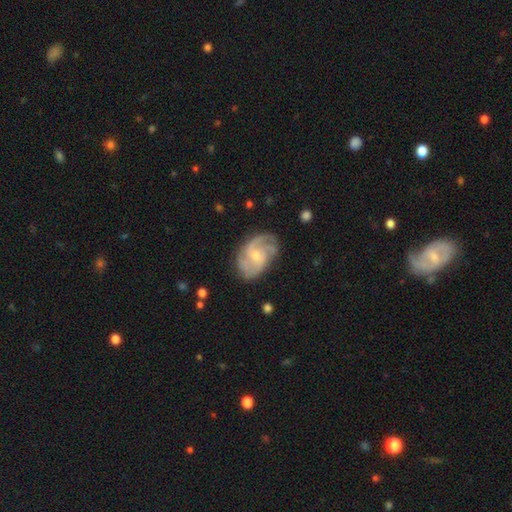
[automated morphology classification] smooth_or_featured: featured or disk (p=0.82) [alt: smooth p=0.13]
disk_edge_on: no (p=0.97) [alt: yes p=0.03]
bar: no (p=0.58) [alt: weak p=0.37]
has_spiral_arms: yes (p=0.94) [alt: no p=0.06]
spiral_winding: medium (p=0.46) [alt: tight p=0.39]
spiral_arm_count: 2 (p=0.34) [alt: 3 p=0.30]
bulge_size: small (p=0.54) [alt: moderate p=0.40]
merging: none (p=0.69) [alt: minor disturbance p=0.21]